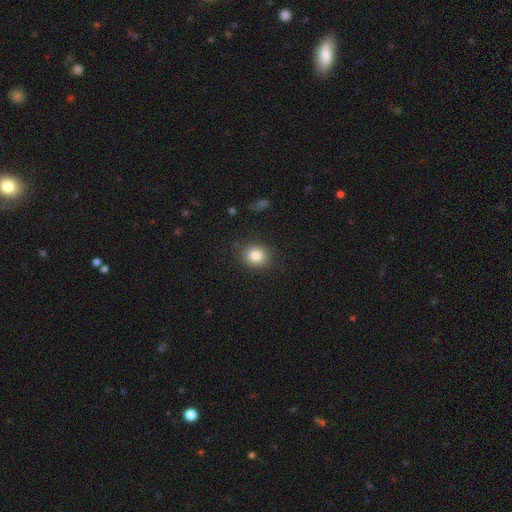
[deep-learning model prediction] Morphology: type=smooth (83%); roundness=round (73%); merging=none (86%).